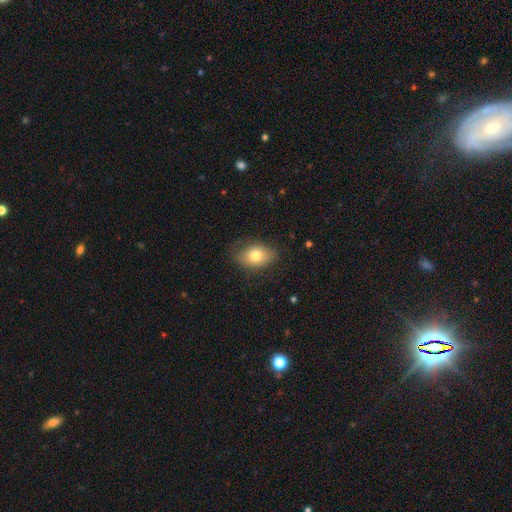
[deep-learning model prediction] smooth_or_featured: smooth (p=0.75) [alt: featured or disk p=0.16]
how_rounded: in between (p=0.82) [alt: round p=0.17]
merging: none (p=0.72) [alt: minor disturbance p=0.21]